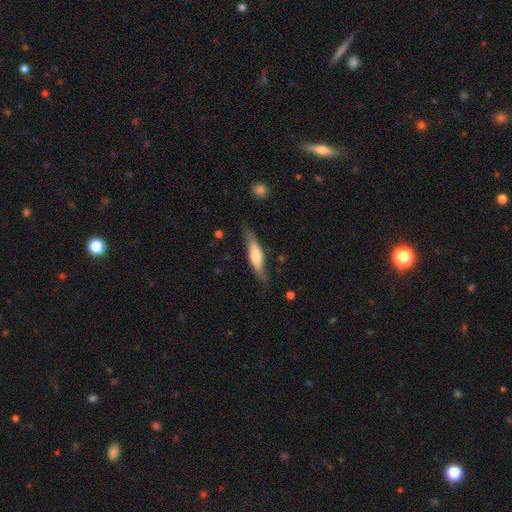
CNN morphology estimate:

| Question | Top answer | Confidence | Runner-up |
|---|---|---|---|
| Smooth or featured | featured or disk | 48% | smooth (47%) |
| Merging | none | 76% | minor disturbance (19%) |